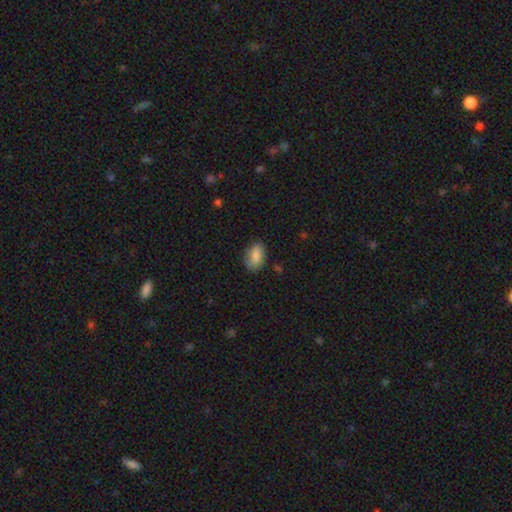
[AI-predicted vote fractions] smooth 83%, featured or disk 10%, star or artifact 7%. Down the decision tree: how rounded — in between (90%); merging — none (74%).